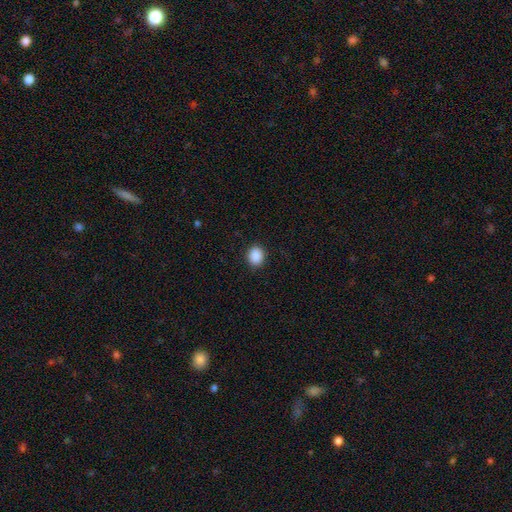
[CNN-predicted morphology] Q: Smooth or featured?
A: smooth (89%); runner-up: star or artifact (8%)
Q: How rounded?
A: round (59%); runner-up: in between (40%)
Q: Merging?
A: none (89%); runner-up: minor disturbance (8%)